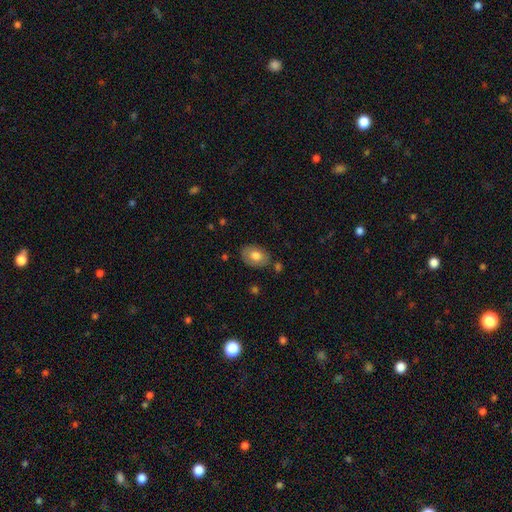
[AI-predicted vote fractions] This appears to be a smooth galaxy with no disk features (75%) that is in between round and cigar-shaped (83%). Merging: none (77%).